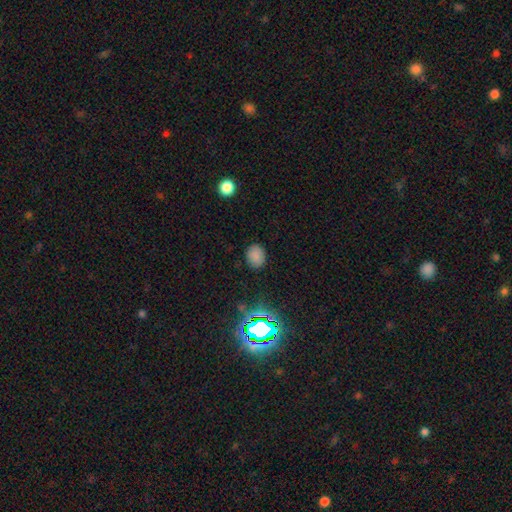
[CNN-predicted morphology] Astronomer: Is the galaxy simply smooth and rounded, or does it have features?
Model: smooth — 79%.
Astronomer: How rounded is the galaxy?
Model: round — 50% (runner-up: in between, 49%).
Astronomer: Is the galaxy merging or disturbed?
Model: none — 84%.